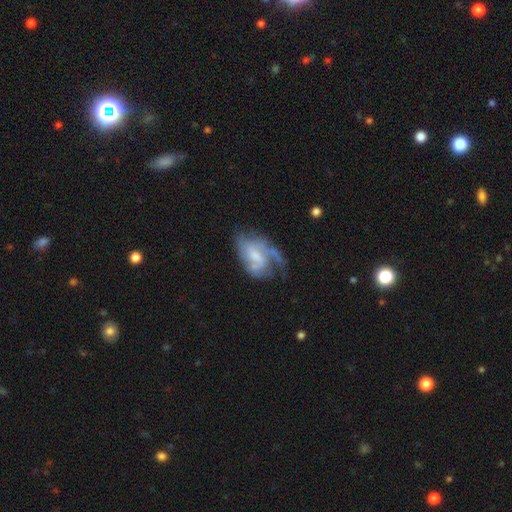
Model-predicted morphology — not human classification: Smooth or featured?
  - featured or disk: 74% *
  - smooth: 20%
  - star or artifact: 7%
Edge-on disk?
  - no: 97% *
  - yes: 3%
Bar?
  - weak: 50% *
  - no: 38%
  - strong: 13%
Spiral arms?
  - yes: 87% *
  - no: 13%
Spiral winding?
  - medium: 45% *
  - loose: 28%
  - tight: 27%
Spiral arm count?
  - 2: 35% *
  - can't tell: 24%
  - 1: 20%
  - 3: 15%
  - 4: 4%
  - more than 4: 3%
Bulge size?
  - moderate: 34% *
  - small: 33%
  - none: 25%
  - large: 7%
  - dominant: 1%
Merging?
  - none: 41% *
  - major disturbance: 29%
  - minor disturbance: 26%
  - merger: 4%